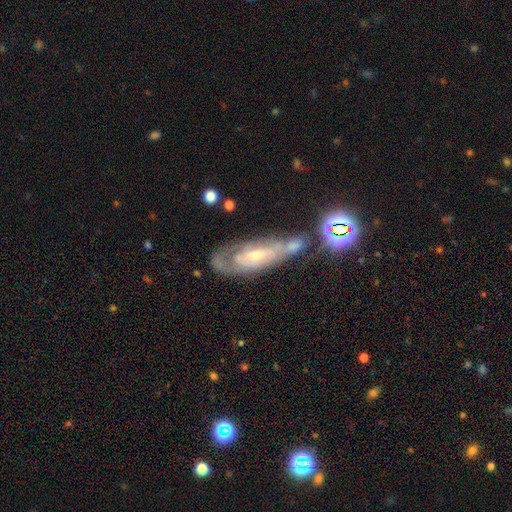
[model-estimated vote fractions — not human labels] Morphology: type=featured or disk (74%); edge-on=no (85%); bar=no (53%); spiral arms=yes (80%); winding=tight (60%); arm count=can't tell (49%); bulge=small (59%); merging=none (49%).